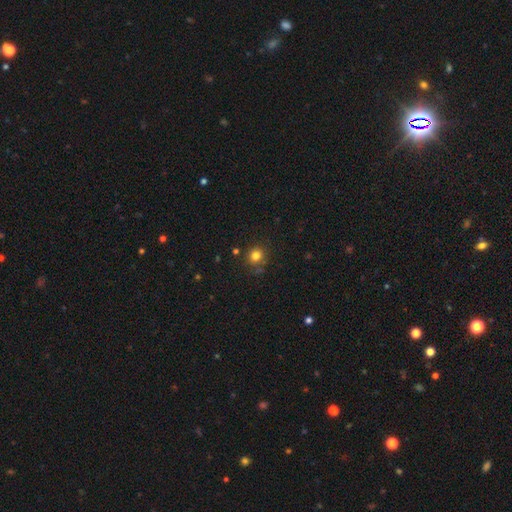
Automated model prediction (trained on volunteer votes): smooth-or-featured: smooth: 80% | star or artifact: 14% | featured or disk: 6%
  how-rounded: round: 87% | in between: 12% | cigar-shaped: 1%
  merging: none: 81% | minor disturbance: 12% | merger: 4% | major disturbance: 3%